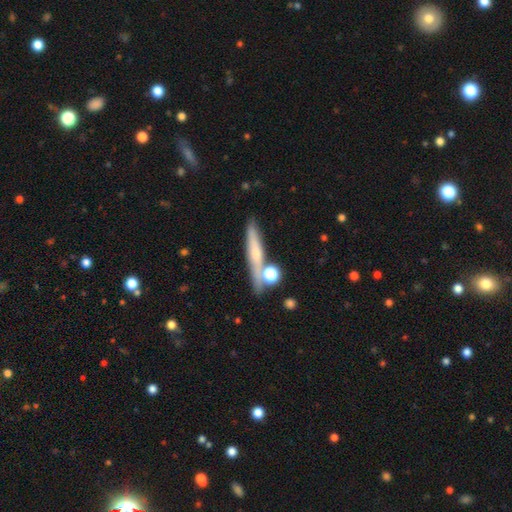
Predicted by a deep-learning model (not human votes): The model was most divided on "smooth or featured" (2-way tie): featured or disk: 44%, smooth: 44%, star or artifact: 12%. More confident: merging — none (71%).